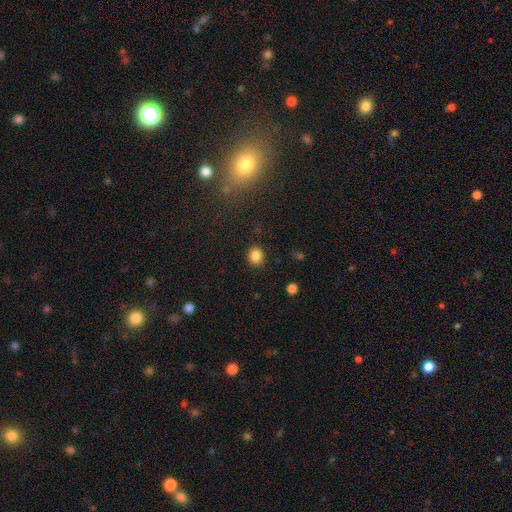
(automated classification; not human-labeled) smooth_or_featured: smooth (p=0.85) [alt: star or artifact p=0.11]
how_rounded: round (p=0.68) [alt: in between p=0.31]
merging: none (p=0.88) [alt: minor disturbance p=0.08]